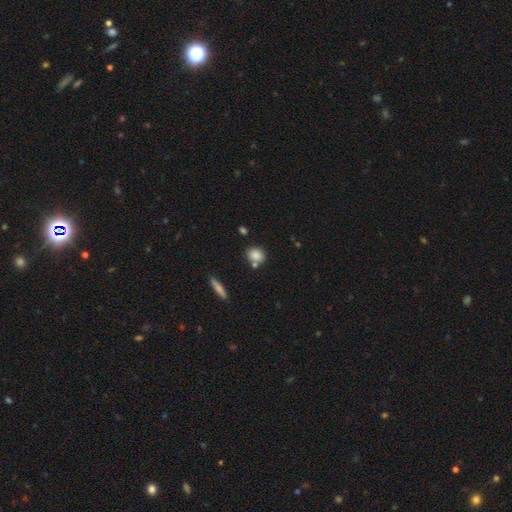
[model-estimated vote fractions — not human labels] smooth_or_featured: smooth (p=0.84) [alt: star or artifact p=0.09]
how_rounded: round (p=0.55) [alt: in between p=0.42]
merging: none (p=0.67) [alt: merger p=0.16]